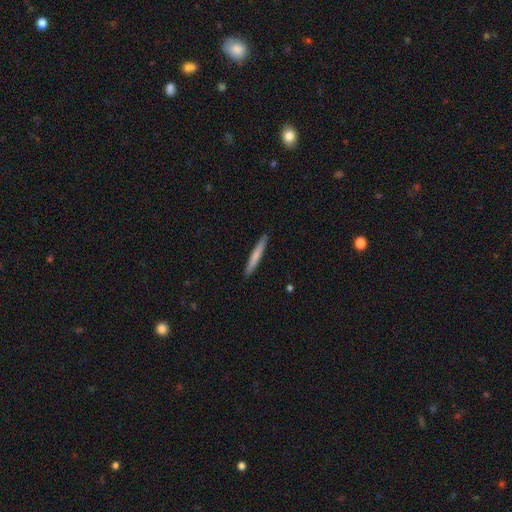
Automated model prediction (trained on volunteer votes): Smooth or featured: smooth — 71% (featured or disk — 23%)
How rounded: cigar-shaped — 96% (in between — 3%)
Merging: none — 92% (minor disturbance — 6%)